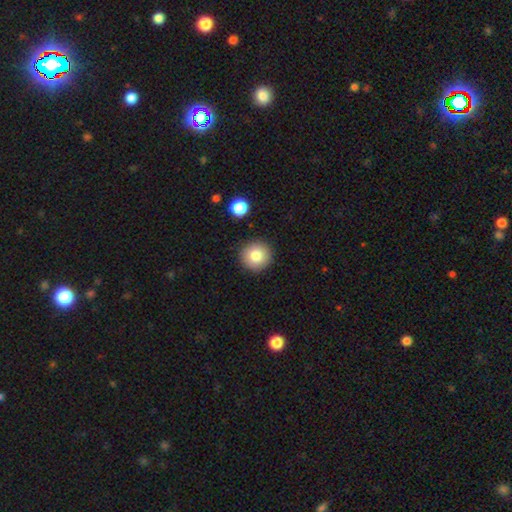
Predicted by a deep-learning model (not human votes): This appears to be a smooth galaxy with no disk features (82%) that is round (94%). Merging: none (90%).